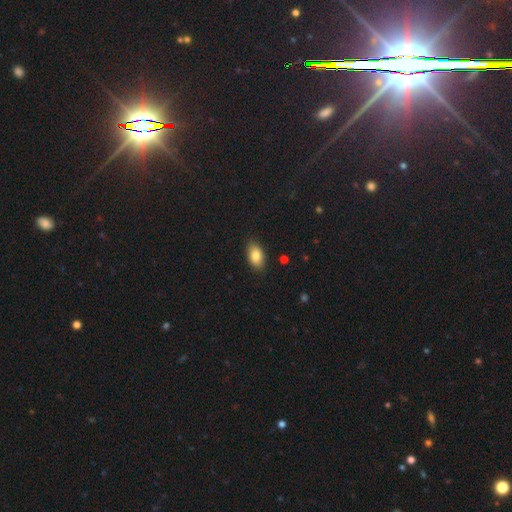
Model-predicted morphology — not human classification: Overall: smooth (84%). How rounded: in between (91%). Merging: none (86%).